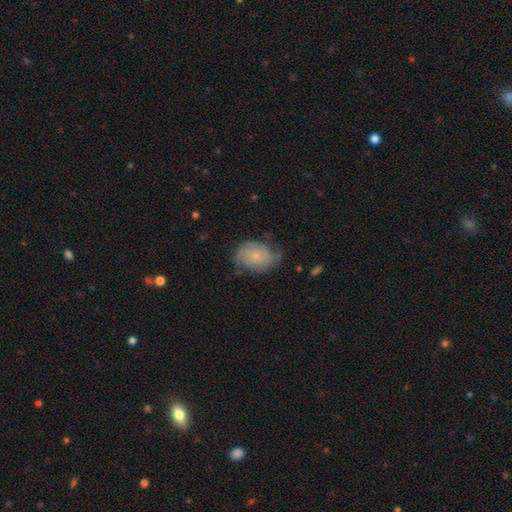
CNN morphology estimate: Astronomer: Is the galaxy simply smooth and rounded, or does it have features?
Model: featured or disk — 50% (runner-up: smooth, 42%).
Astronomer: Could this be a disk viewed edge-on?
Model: no — 97%.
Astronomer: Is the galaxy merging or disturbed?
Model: none — 56%.